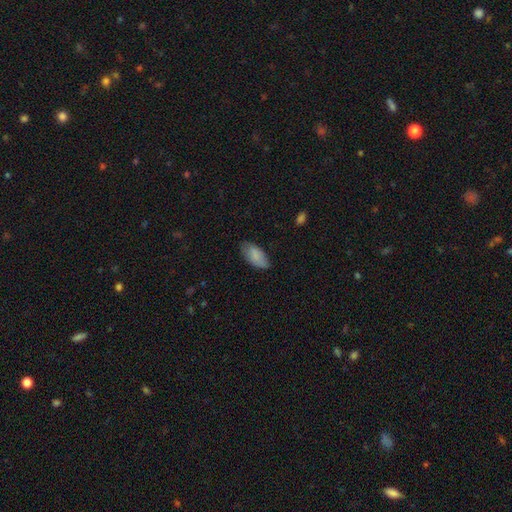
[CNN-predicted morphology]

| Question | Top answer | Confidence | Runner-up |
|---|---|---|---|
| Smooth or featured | smooth | 85% | featured or disk (9%) |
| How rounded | in between | 93% | cigar-shaped (4%) |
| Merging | none | 74% | minor disturbance (22%) |